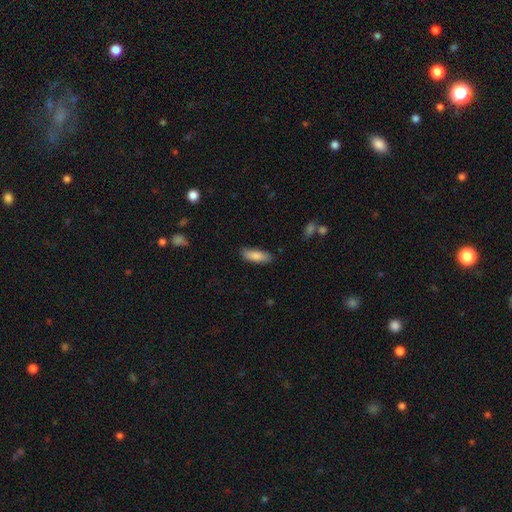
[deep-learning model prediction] A smooth galaxy with no disk features (84%) that is in between round and cigar-shaped (55%). Merging: none (84%).